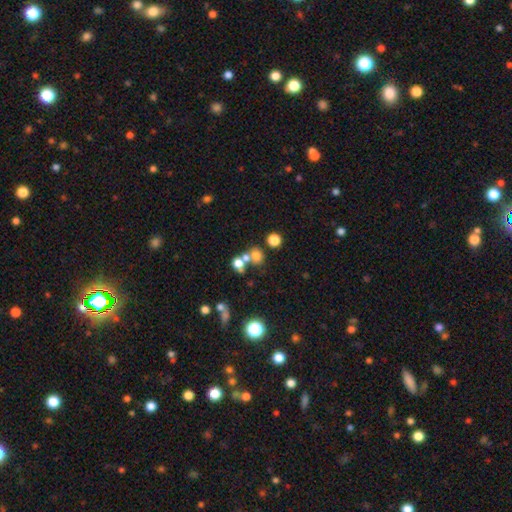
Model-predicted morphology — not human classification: Smooth or featured? Predicted: smooth (p=0.70). How rounded? Predicted: round (p=0.74). Merging? Predicted: none (p=0.48).